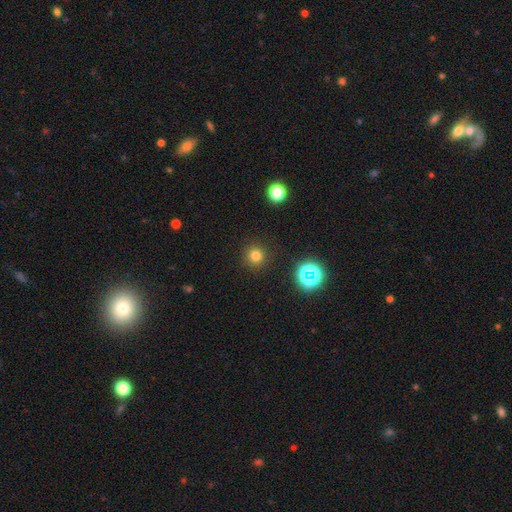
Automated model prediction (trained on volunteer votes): This is likely a smooth galaxy (76%). How rounded: clearly round (95%). Merging: clearly none (91%).